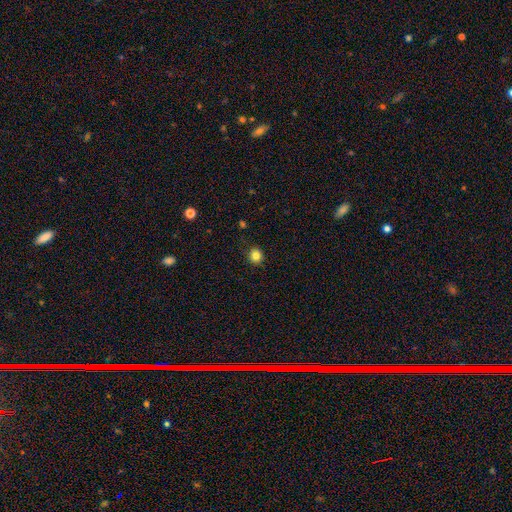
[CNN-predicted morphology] Smooth or featured? Predicted: smooth (p=0.84). How rounded? Predicted: round (p=0.87). Merging? Predicted: none (p=0.90).